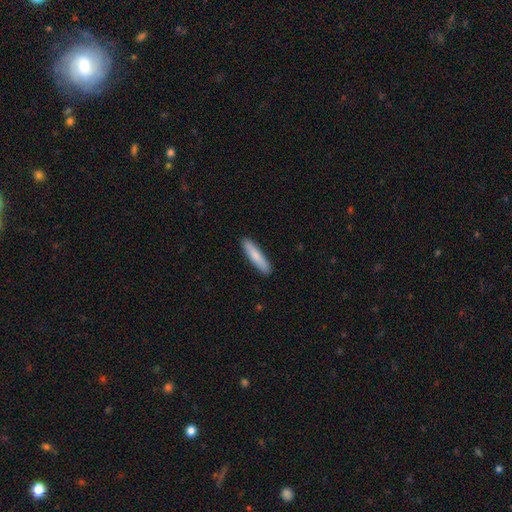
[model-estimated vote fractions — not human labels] The model was most divided on "smooth or featured": smooth: 81%, featured or disk: 14%, star or artifact: 5%. More confident: merging — none (91%); how rounded — cigar-shaped (85%).